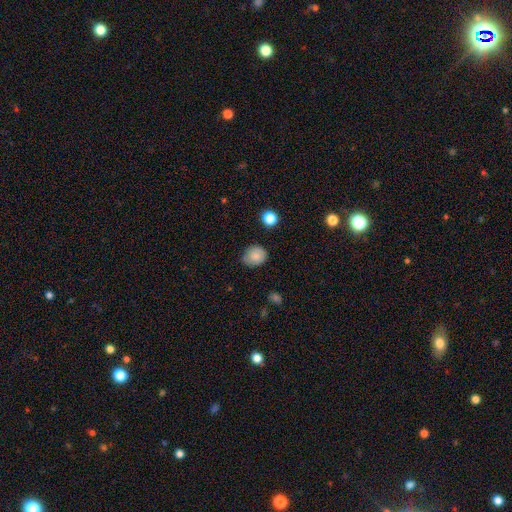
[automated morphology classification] Smooth or featured? Predicted: smooth (p=0.81). How rounded? Predicted: round (p=0.68). Merging? Predicted: none (p=0.72).